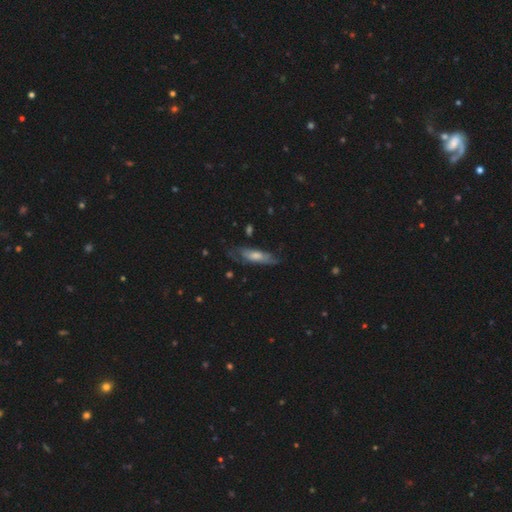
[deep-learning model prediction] Smooth or featured?
  - featured or disk: 54% *
  - smooth: 40%
  - star or artifact: 6%
Edge-on disk?
  - no: 70% *
  - yes: 30%
Merging?
  - none: 57% *
  - minor disturbance: 25%
  - major disturbance: 16%
  - merger: 2%